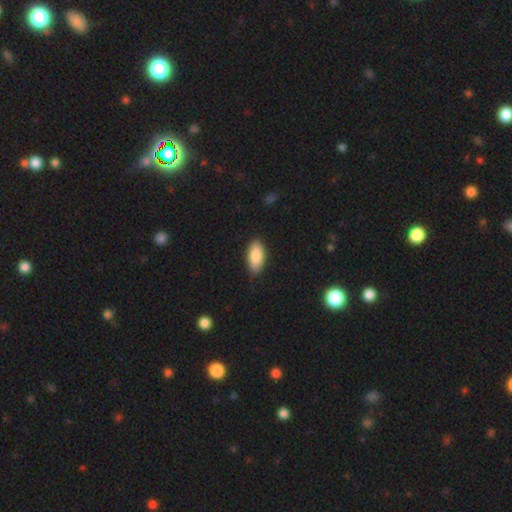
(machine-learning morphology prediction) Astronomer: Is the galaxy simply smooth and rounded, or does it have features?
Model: smooth — 87%.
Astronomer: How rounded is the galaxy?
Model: in between — 90%.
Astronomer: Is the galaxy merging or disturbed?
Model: none — 85%.